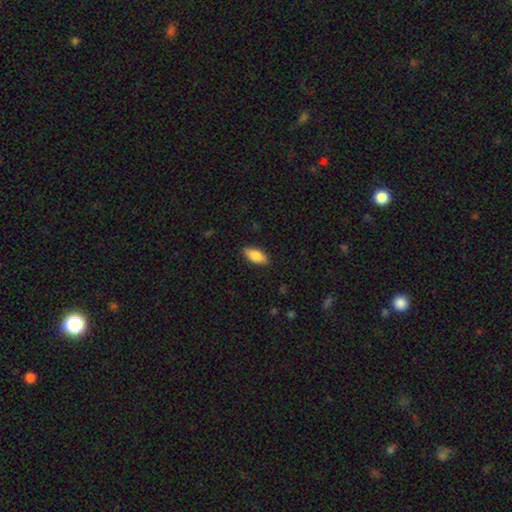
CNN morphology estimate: Q: Smooth or featured?
A: smooth (87%); runner-up: featured or disk (7%)
Q: How rounded?
A: in between (89%); runner-up: cigar-shaped (9%)
Q: Merging?
A: none (89%); runner-up: minor disturbance (9%)